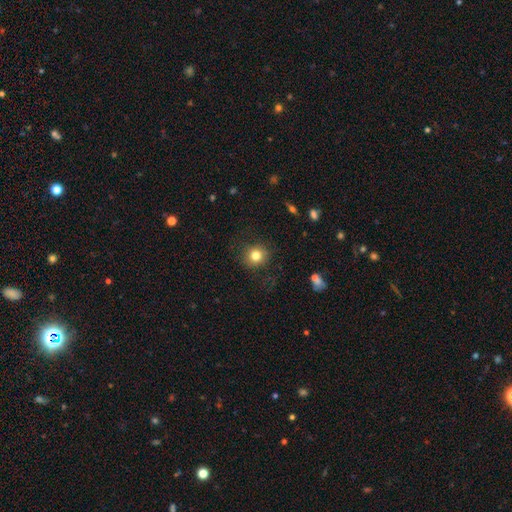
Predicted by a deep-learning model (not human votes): Smooth or featured? smooth (80%)
How rounded? round (88%)
Merging? none (87%)